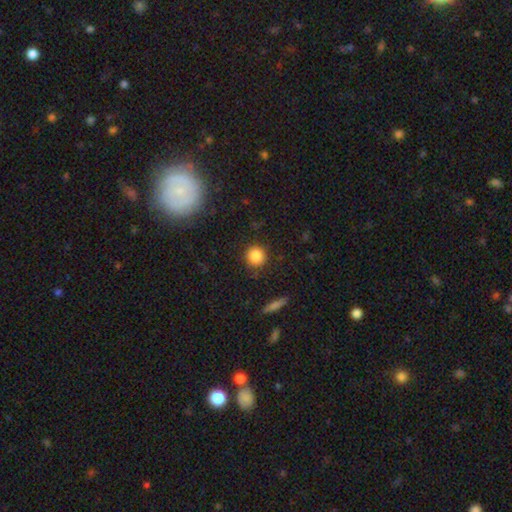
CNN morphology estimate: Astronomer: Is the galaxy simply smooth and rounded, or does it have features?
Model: smooth — 85%.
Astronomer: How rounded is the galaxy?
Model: round — 91%.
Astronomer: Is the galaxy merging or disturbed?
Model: none — 87%.